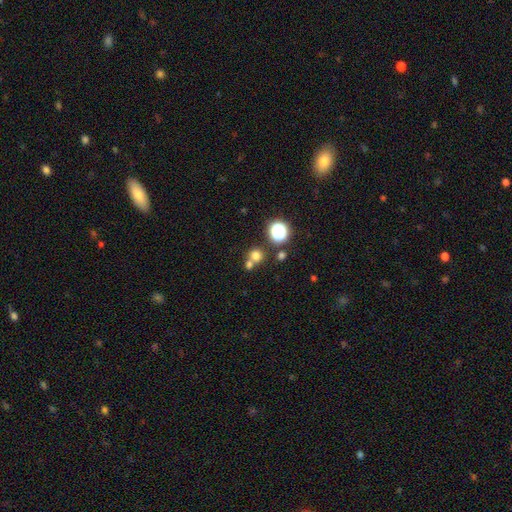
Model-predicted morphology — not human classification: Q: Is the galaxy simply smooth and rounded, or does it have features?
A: smooth — 71%.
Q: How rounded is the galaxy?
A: round — 86%.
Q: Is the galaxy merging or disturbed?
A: none — 54%.